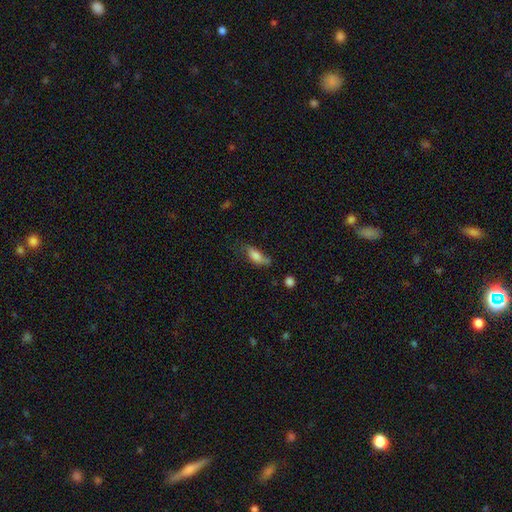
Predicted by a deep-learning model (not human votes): This is likely a smooth galaxy (78%). How rounded: likely in between (74%). Merging: possibly none (50%).